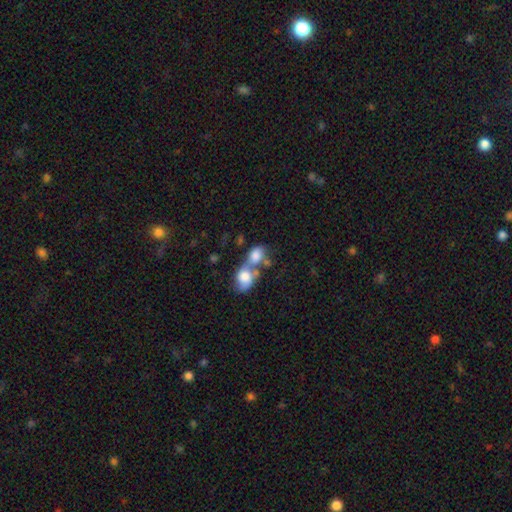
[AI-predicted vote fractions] smooth 70%, featured or disk 21%, star or artifact 9%. Down the decision tree: how rounded — in between (66%); merging — merger (74%).